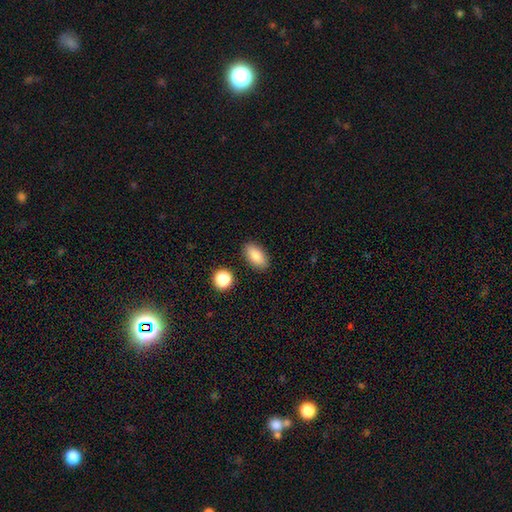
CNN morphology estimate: Smooth or featured? smooth (84%)
How rounded? in between (89%)
Merging? none (87%)